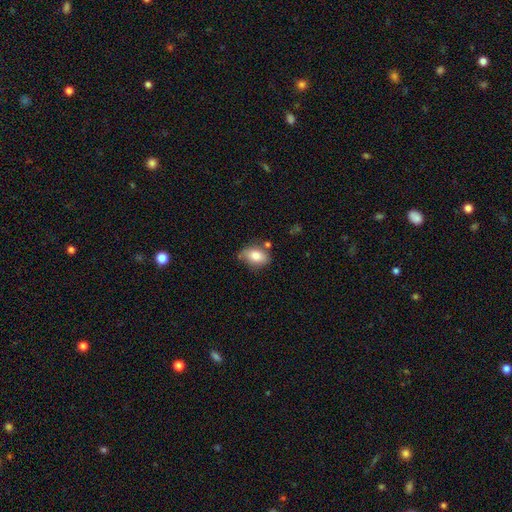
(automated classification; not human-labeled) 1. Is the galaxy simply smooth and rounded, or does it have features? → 80% smooth, 12% featured or disk, 8% star or artifact.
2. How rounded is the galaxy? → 82% in between, 17% round, 2% cigar-shaped.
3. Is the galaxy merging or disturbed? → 65% none, 22% minor disturbance, 8% merger, 5% major disturbance.